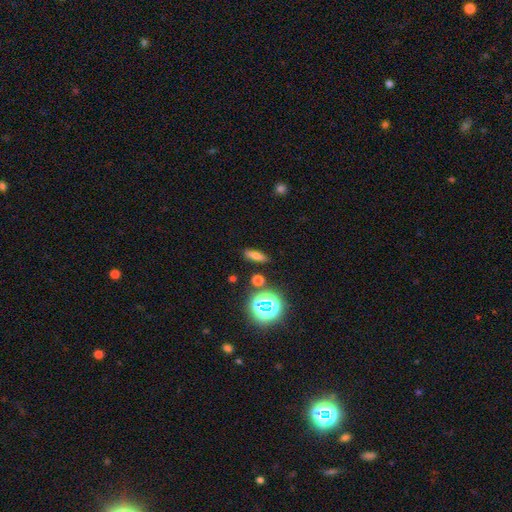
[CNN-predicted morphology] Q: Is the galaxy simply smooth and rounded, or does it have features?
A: smooth — 65%.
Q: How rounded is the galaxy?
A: cigar-shaped — 50%.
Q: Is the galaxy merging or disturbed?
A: none — 86%.